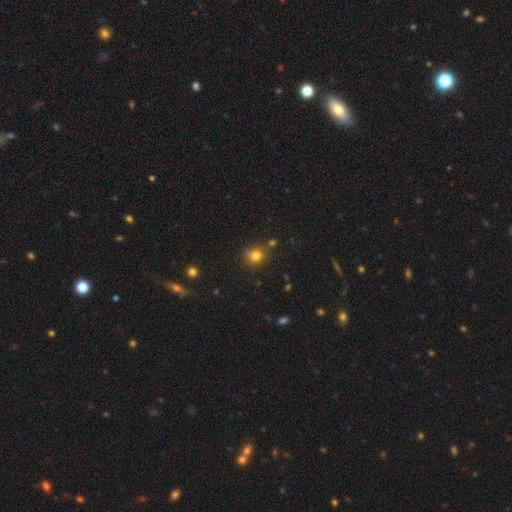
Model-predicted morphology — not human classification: A smooth galaxy with no disk features (79%) that is round (82%).

Vote fractions:
- Smooth or featured? smooth: 79% / star or artifact: 14% / featured or disk: 7%
- How rounded? round: 82% / in between: 17% / cigar-shaped: 1%
- Merging? none: 70% / minor disturbance: 18% / merger: 7% / major disturbance: 5%